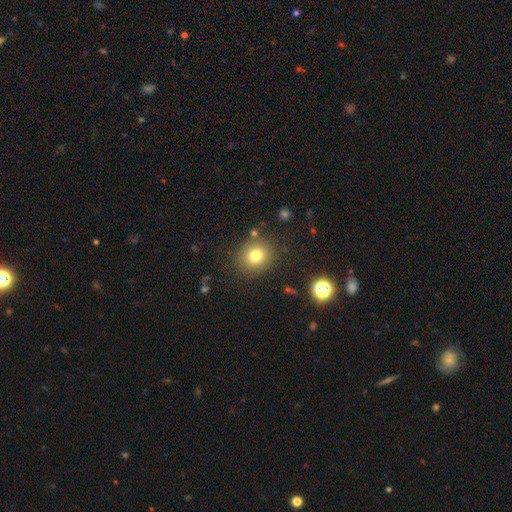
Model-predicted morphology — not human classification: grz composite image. It shows a smooth galaxy with no disk features (76%) that is round (84%). Merging: none (85%).